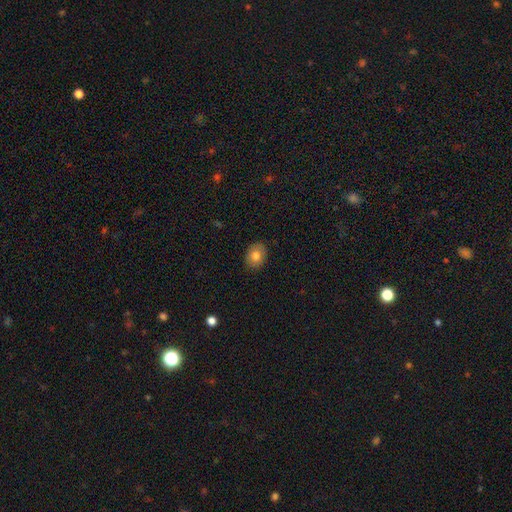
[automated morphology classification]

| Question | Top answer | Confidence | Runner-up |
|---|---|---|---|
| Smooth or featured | smooth | 79% | featured or disk (12%) |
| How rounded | in between | 59% | round (40%) |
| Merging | none | 88% | minor disturbance (9%) |